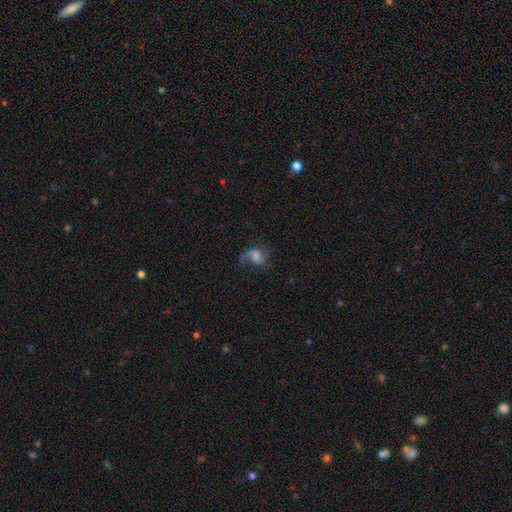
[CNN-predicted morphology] smooth_or_featured: featured or disk (p=0.53) [alt: smooth p=0.36]
disk_edge_on: no (p=0.97) [alt: yes p=0.03]
bar: no (p=0.48) [alt: weak p=0.40]
has_spiral_arms: yes (p=0.87) [alt: no p=0.13]
bulge_size: moderate (p=0.36) [alt: small p=0.29]
merging: none (p=0.48) [alt: major disturbance p=0.27]